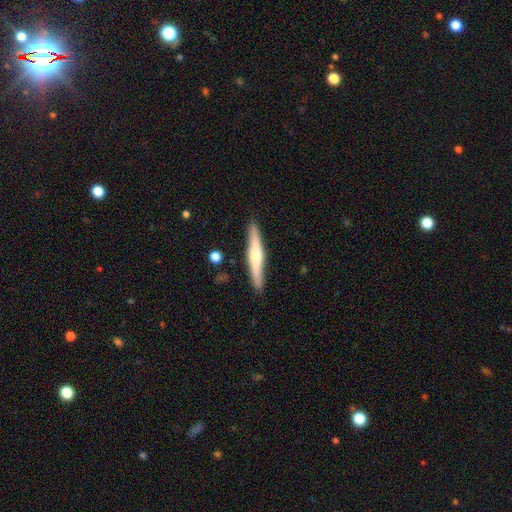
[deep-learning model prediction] This is possibly a featured or disk galaxy (52%). It is clearly viewed edge-on (96%). Merging: clearly none (88%).